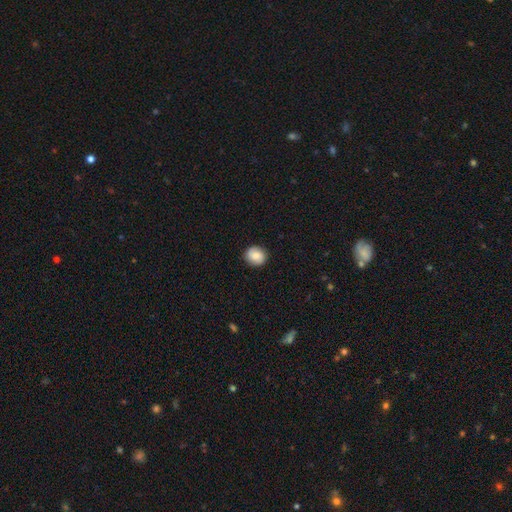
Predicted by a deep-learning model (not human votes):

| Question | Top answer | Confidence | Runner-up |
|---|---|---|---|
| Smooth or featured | smooth | 81% | featured or disk (11%) |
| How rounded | round | 78% | in between (21%) |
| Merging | none | 89% | minor disturbance (8%) |